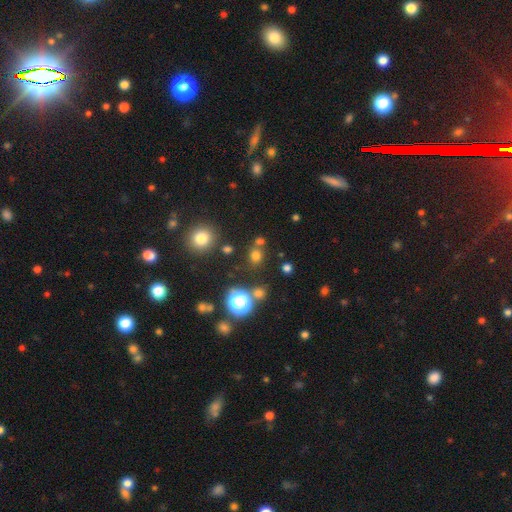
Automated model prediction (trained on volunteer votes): Morphology: type=smooth (65%); roundness=round (78%); merging=none (72%).